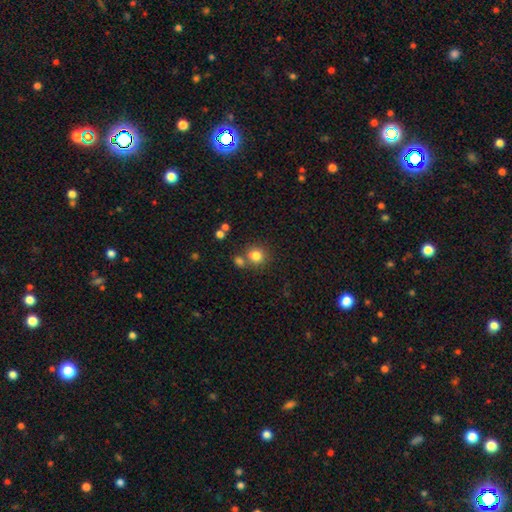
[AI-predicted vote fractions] smooth-or-featured: smooth: 82% | star or artifact: 12% | featured or disk: 7%
  how-rounded: round: 83% | in between: 16% | cigar-shaped: 1%
  merging: none: 65% | merger: 22% | minor disturbance: 10% | major disturbance: 4%